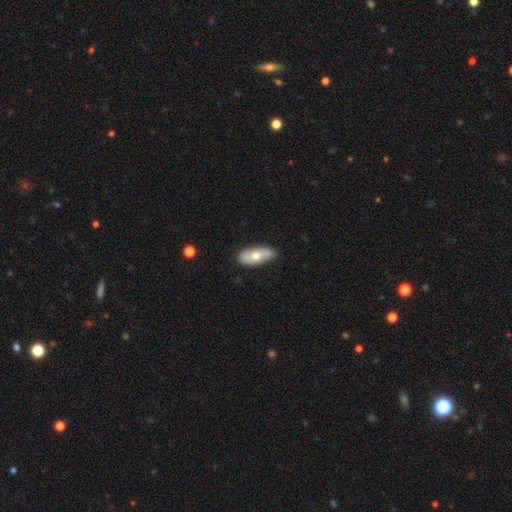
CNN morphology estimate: This appears to be a smooth galaxy with no disk features (55%) that is in between round and cigar-shaped (84%). Merging: none (84%).